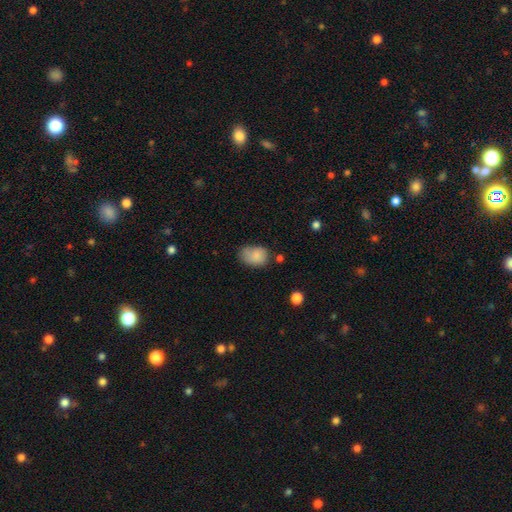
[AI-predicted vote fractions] Overall: smooth (81%). How rounded: in between (75%). Merging: none (50%; minor disturbance 34%).